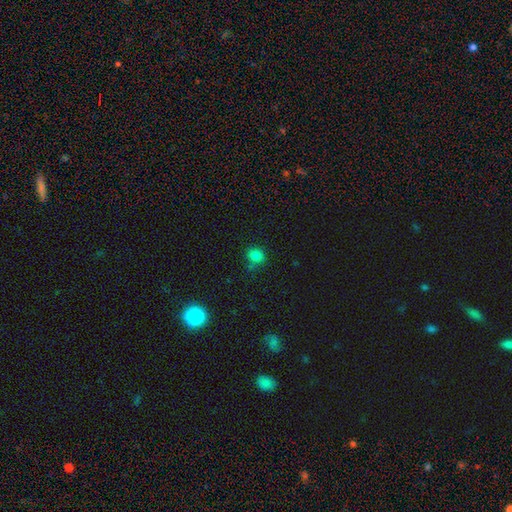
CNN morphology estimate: Smooth or featured?
  - smooth: 79% *
  - star or artifact: 15%
  - featured or disk: 5%
How rounded?
  - round: 77% *
  - in between: 22%
  - cigar-shaped: 1%
Merging?
  - none: 76% *
  - minor disturbance: 14%
  - merger: 6%
  - major disturbance: 4%